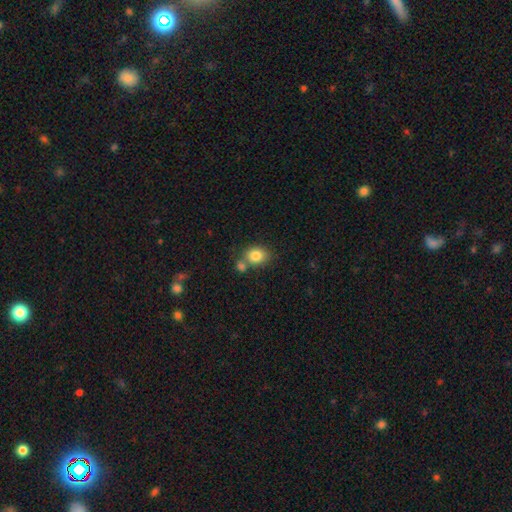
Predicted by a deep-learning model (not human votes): The model was most divided on "how rounded": round: 56%, in between: 43%, cigar-shaped: 1%. More confident: smooth or featured — smooth (82%); merging — none (56%).